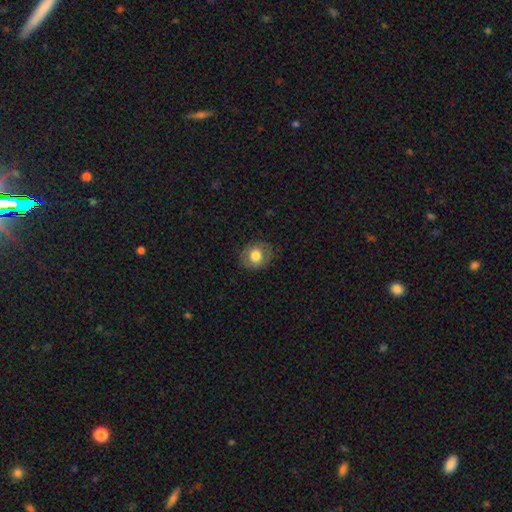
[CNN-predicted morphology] smooth_or_featured: smooth (p=0.72) [alt: featured or disk p=0.20]
how_rounded: round (p=0.70) [alt: in between p=0.29]
merging: none (p=0.84) [alt: minor disturbance p=0.11]